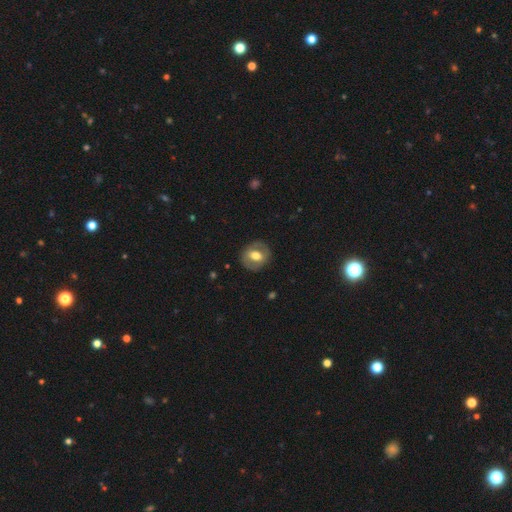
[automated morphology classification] smooth 47%, featured or disk 46%, star or artifact 7%. Down the decision tree: merging — none (83%).